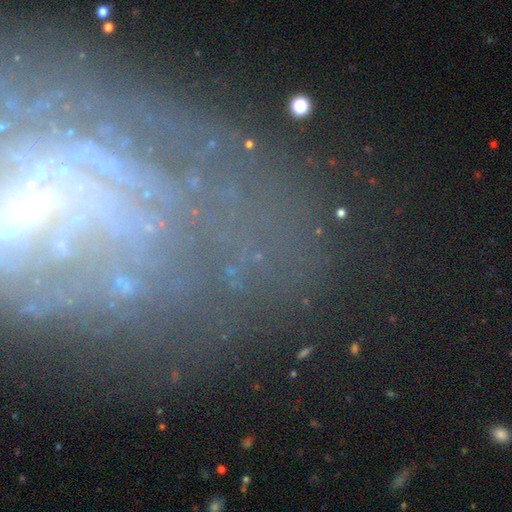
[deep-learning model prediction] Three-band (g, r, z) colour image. It shows a featured or disk galaxy (42%). Merging: none (66%).